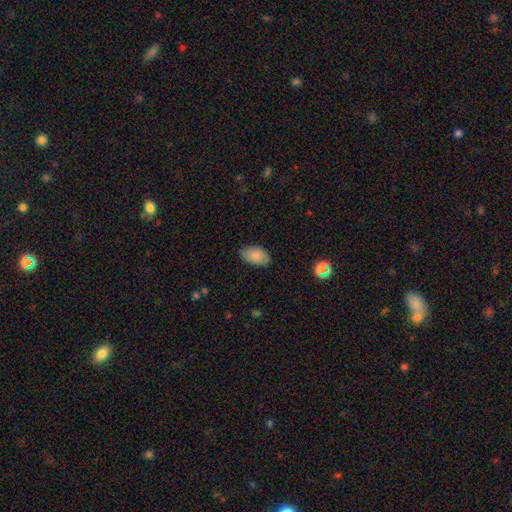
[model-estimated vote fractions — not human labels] Overall: smooth (83%). How rounded: in between (93%). Merging: none (81%).